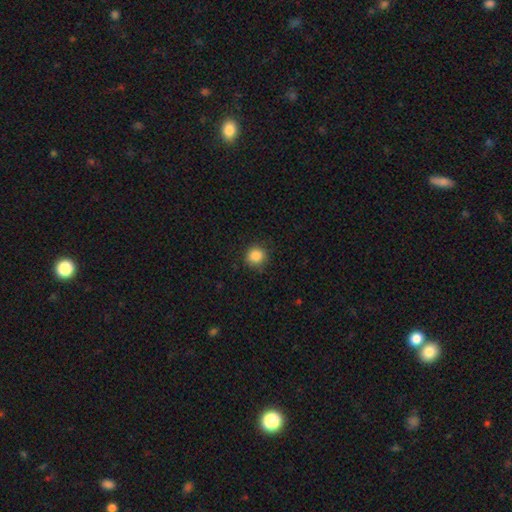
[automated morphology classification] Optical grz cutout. It shows a smooth galaxy with no disk features (87%) that is round (90%). Merging: none (84%).